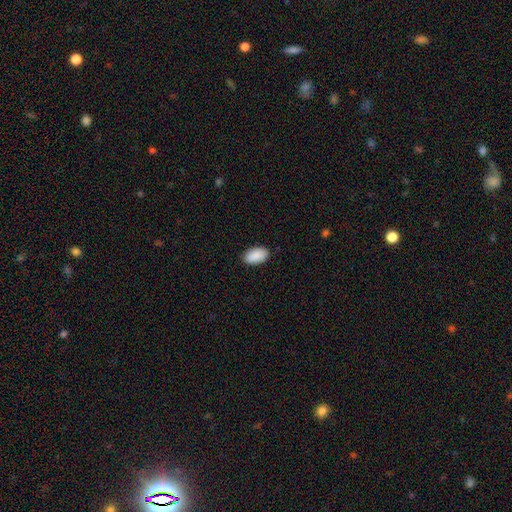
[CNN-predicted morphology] This is clearly a smooth galaxy (91%). How rounded: clearly in between (95%). Merging: clearly none (88%).